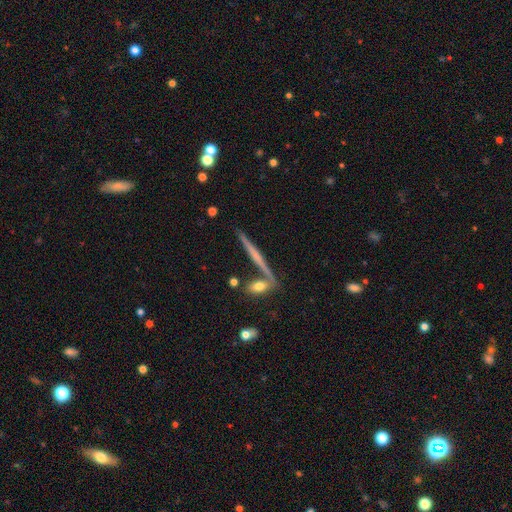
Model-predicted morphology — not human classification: type=featured or disk (60%); edge-on=yes (96%); edge-on bulge=none (58%); merging=none (78%).